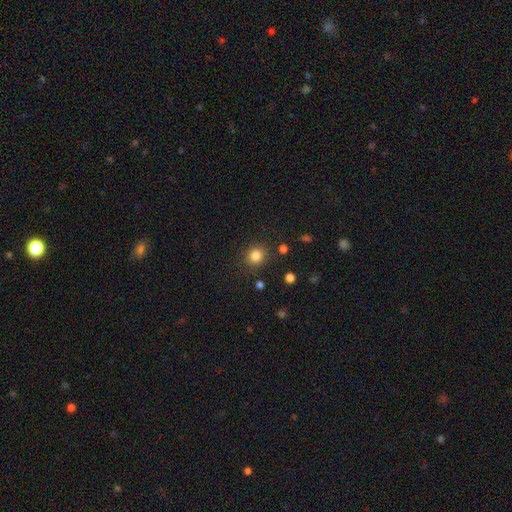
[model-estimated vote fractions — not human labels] Smooth or featured: smooth — 82% (star or artifact — 13%)
How rounded: round — 86% (in between — 13%)
Merging: none — 87% (minor disturbance — 7%)